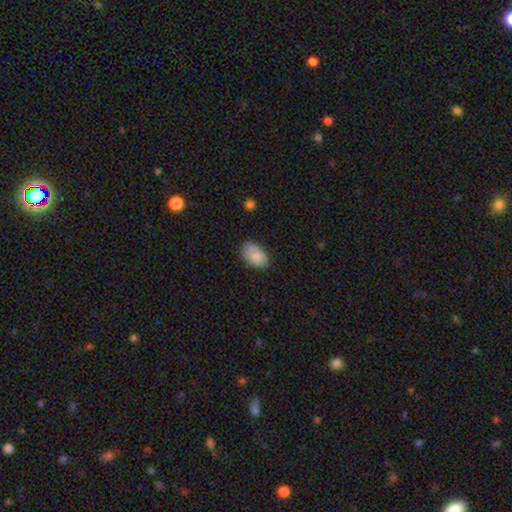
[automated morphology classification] Smooth or featured? smooth (82%)
How rounded? in between (91%)
Merging? none (73%)